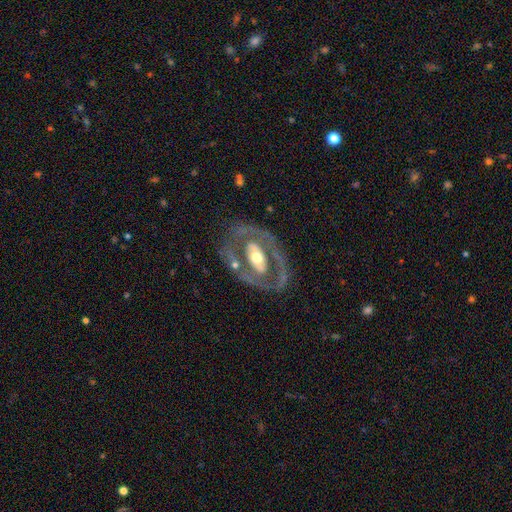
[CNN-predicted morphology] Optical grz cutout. It shows a featured or disk galaxy (79%) with no bar (52%), no spiral arms (62%) and a moderate central bulge (64%). Merging: none (70%).